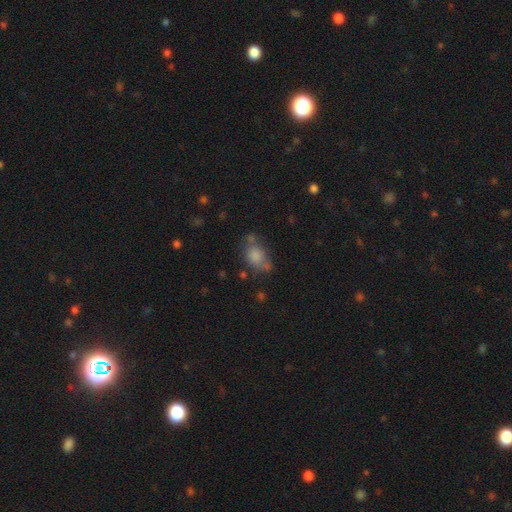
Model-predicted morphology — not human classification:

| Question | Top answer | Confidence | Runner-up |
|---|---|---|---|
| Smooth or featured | smooth | 77% | featured or disk (12%) |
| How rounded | in between | 68% | round (30%) |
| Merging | none | 45% | minor disturbance (26%) |